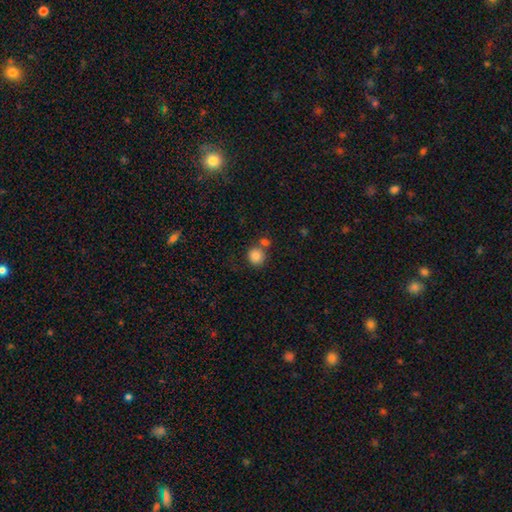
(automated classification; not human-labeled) This appears to be a smooth galaxy with no disk features (84%) that is round (90%). Merging: none (62%).